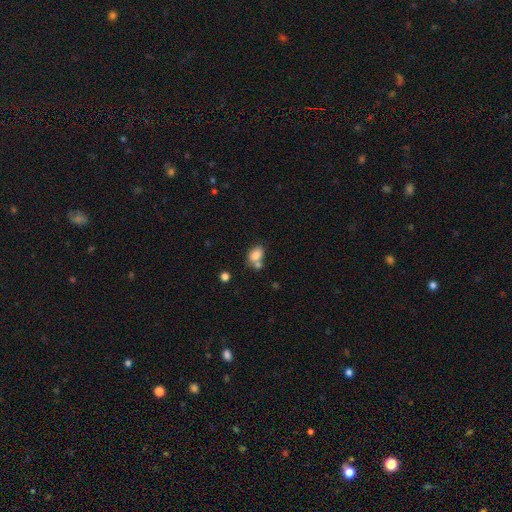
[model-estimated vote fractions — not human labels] Q: Smooth or featured?
A: smooth (81%); runner-up: star or artifact (9%)
Q: How rounded?
A: in between (79%); runner-up: round (20%)
Q: Merging?
A: none (45%); runner-up: merger (36%)